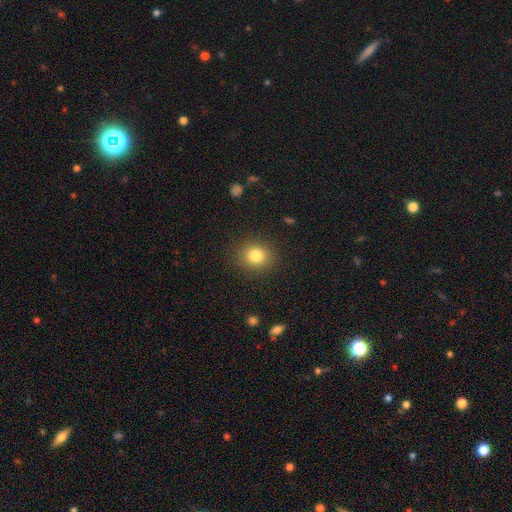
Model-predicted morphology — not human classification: Q: Smooth or featured?
A: smooth (81%); runner-up: star or artifact (11%)
Q: How rounded?
A: round (76%); runner-up: in between (24%)
Q: Merging?
A: none (88%); runner-up: minor disturbance (8%)